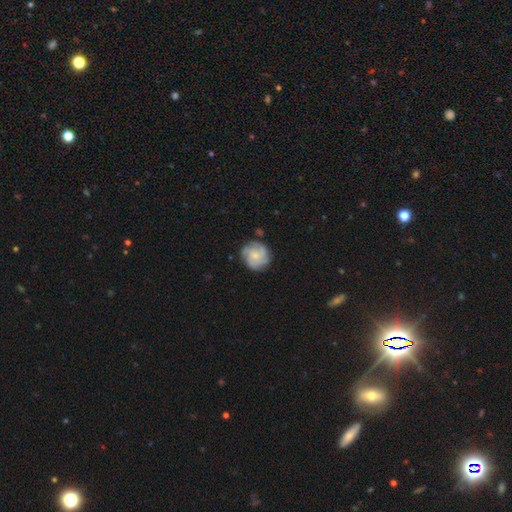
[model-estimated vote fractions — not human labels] A featured or disk galaxy (59%) with no bar (78%), 4 (28%) tight (54%) spiral arms (91%) and a small central bulge (53%).

Vote fractions:
- Smooth or featured? featured or disk: 59% / smooth: 33% / star or artifact: 8%
- Edge-on disk? no: 98% / yes: 2%
- Bar? no: 78% / weak: 20% / strong: 2%
- Spiral arms? yes: 91% / no: 9%
- Spiral winding? tight: 54% / medium: 35% / loose: 11%
- Spiral arm count? 4: 28% / can't tell: 26% / 3: 26% / 2: 8% / more than 4: 6% / 1: 5%
- Bulge size? small: 53% / moderate: 34% / none: 8% / large: 3% / dominant: 1%
- Merging? none: 79% / minor disturbance: 15% / major disturbance: 4% / merger: 2%